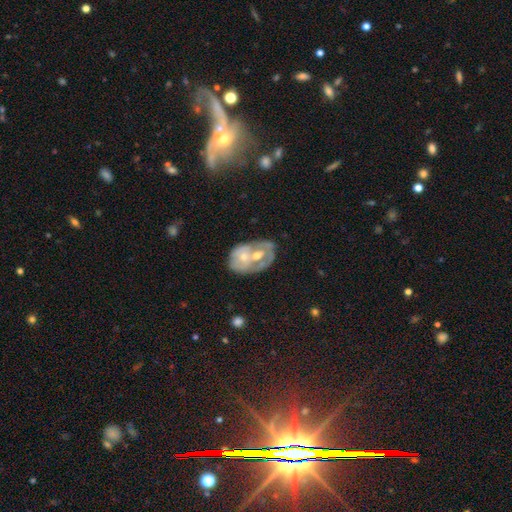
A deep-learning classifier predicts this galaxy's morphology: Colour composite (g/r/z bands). It shows a featured or disk galaxy (64%) with no bar (79%), no spiral arms (53%) and a moderate central bulge (53%). Merging: merger (59%).